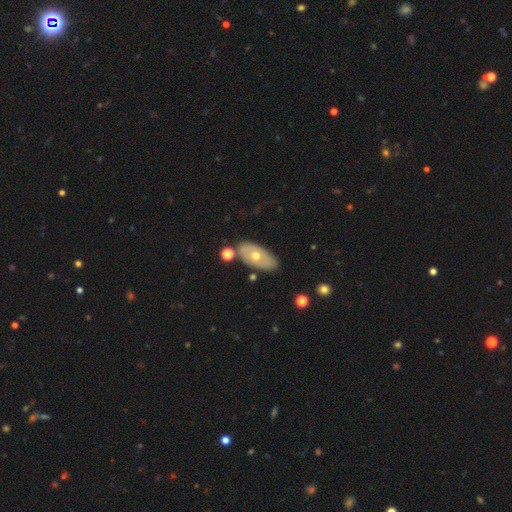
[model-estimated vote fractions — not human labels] This appears to be a smooth galaxy with no disk features (47%). Merging: none (78%).